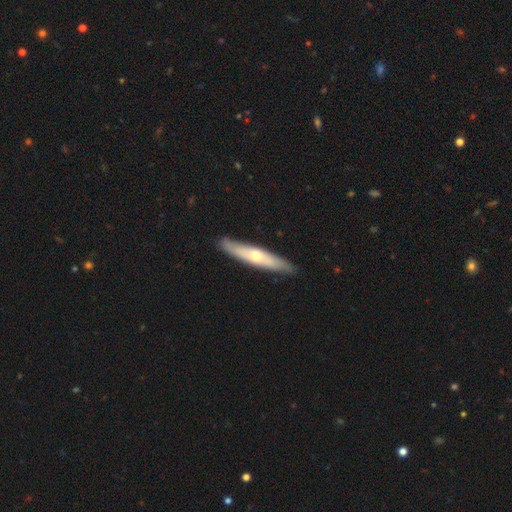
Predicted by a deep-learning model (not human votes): A featured or disk galaxy (50%) viewed edge-on (77%).

Vote fractions:
- Smooth or featured? featured or disk: 50% / smooth: 45% / star or artifact: 5%
- Edge-on disk? yes: 77% / no: 23%
- Merging? none: 87% / minor disturbance: 10% / major disturbance: 2% / merger: 1%